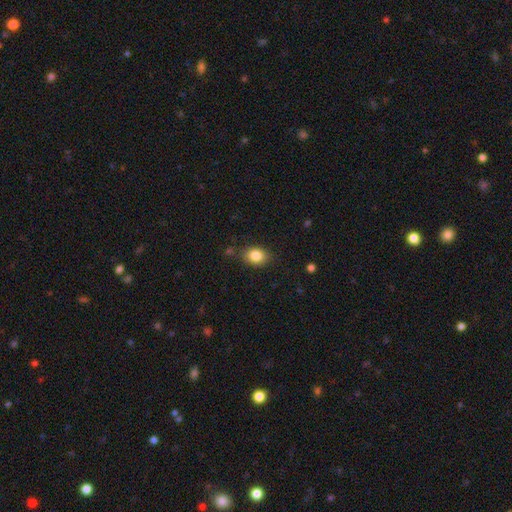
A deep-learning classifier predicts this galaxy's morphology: This appears to be a smooth galaxy with no disk features (84%) that is in between round and cigar-shaped (60%). Merging: none (82%).